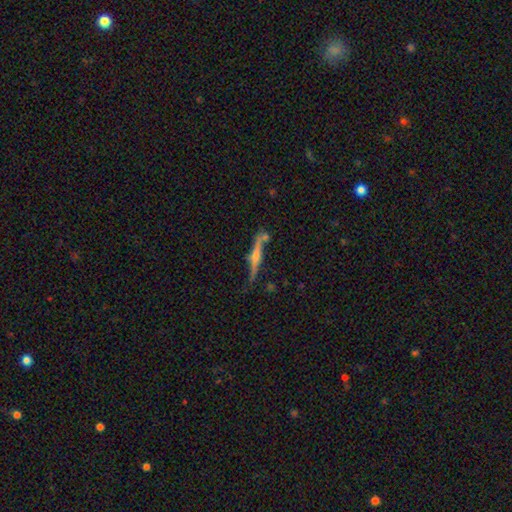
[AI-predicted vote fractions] A featured or disk galaxy (79%) viewed edge-on (92%) with a rounded central bulge (86%).

Vote fractions:
- Smooth or featured? featured or disk: 79% / smooth: 14% / star or artifact: 7%
- Edge-on disk? yes: 92% / no: 8%
- Edge-on bulge? rounded: 86% / none: 8% / boxy: 6%
- Merging? none: 67% / minor disturbance: 20% / merger: 8% / major disturbance: 6%